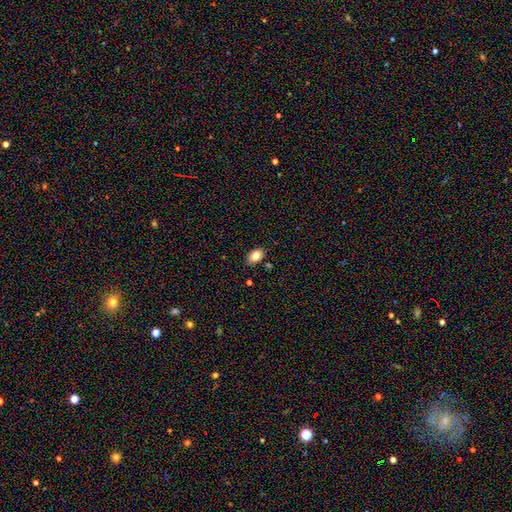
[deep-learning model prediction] smooth 81%, featured or disk 10%, star or artifact 9%. Down the decision tree: how rounded — in between (86%); merging — none (84%).